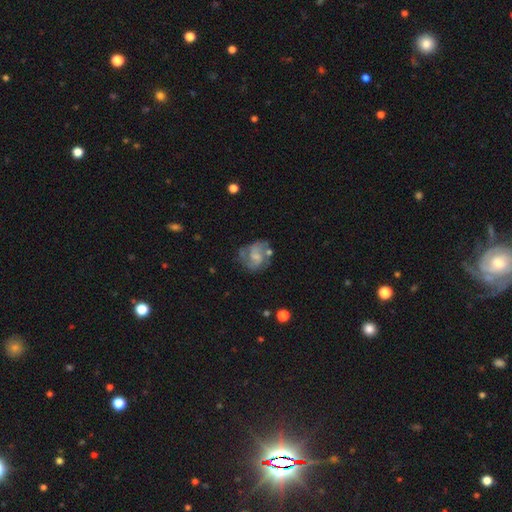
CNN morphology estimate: A featured or disk galaxy (68%) with no bar (56%), 2 (58%) medium (49%) spiral arms (83%) and a small central bulge (42%). Merging: none (56%).